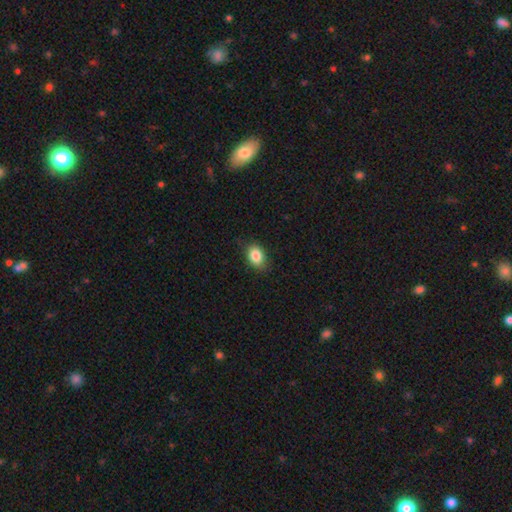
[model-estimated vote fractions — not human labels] A smooth galaxy with no disk features (85%) that is in between round and cigar-shaped (76%).

Vote fractions:
- Smooth or featured? smooth: 85% / star or artifact: 8% / featured or disk: 7%
- How rounded? in between: 76% / round: 22% / cigar-shaped: 1%
- Merging? none: 80% / minor disturbance: 16% / major disturbance: 3% / merger: 1%